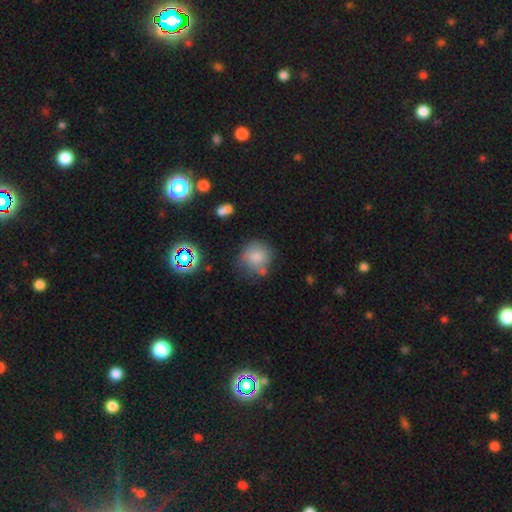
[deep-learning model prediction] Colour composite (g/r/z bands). It shows a smooth galaxy with no disk features (73%) that is round (88%). Merging: none (64%).